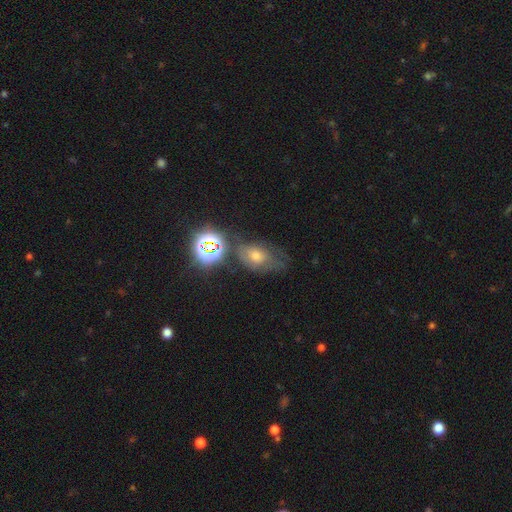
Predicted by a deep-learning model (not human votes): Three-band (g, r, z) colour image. It shows a smooth galaxy with no disk features (40%). Merging: none (45%).